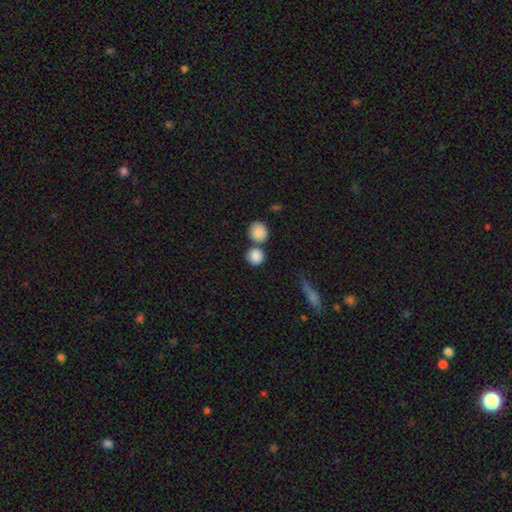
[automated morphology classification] This is clearly a smooth galaxy (87%). How rounded: clearly round (88%). Merging: possibly none (55%).